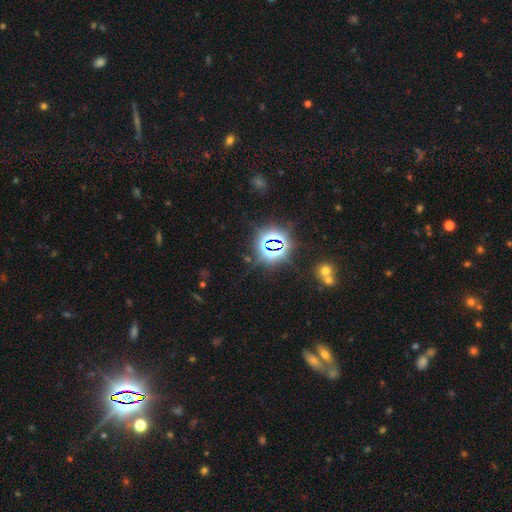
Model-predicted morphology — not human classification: Smooth or featured? star or artifact (78%)